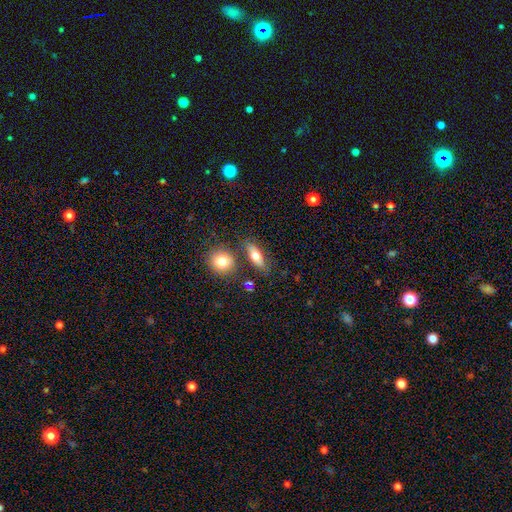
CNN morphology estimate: Q: Smooth or featured?
A: smooth (72%); runner-up: featured or disk (20%)
Q: How rounded?
A: in between (68%); runner-up: cigar-shaped (24%)
Q: Merging?
A: none (75%); runner-up: minor disturbance (12%)